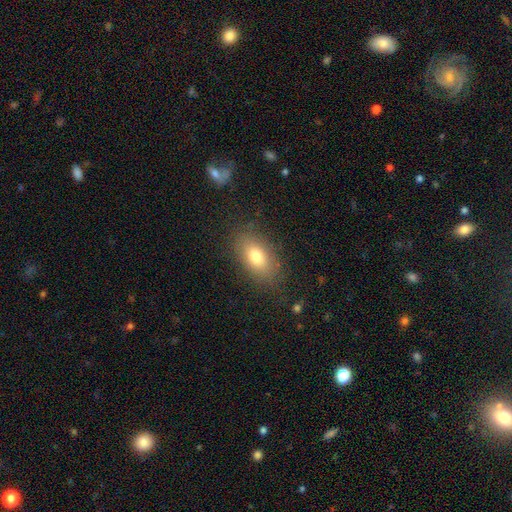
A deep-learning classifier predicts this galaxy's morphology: smooth 77%, featured or disk 14%, star or artifact 9%. Down the decision tree: how rounded — in between (88%); merging — none (82%).